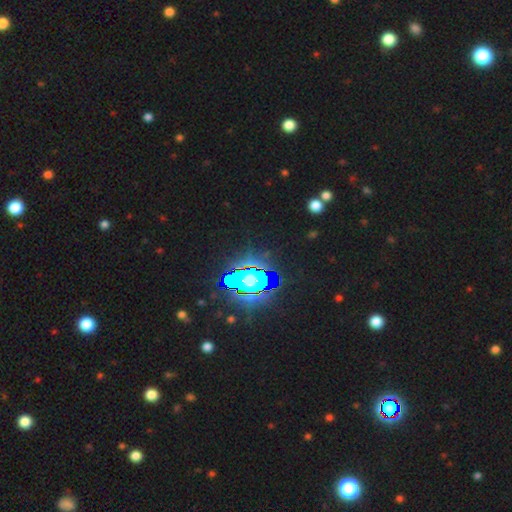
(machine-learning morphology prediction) Smooth or featured: star or artifact — 84% (smooth — 9%)